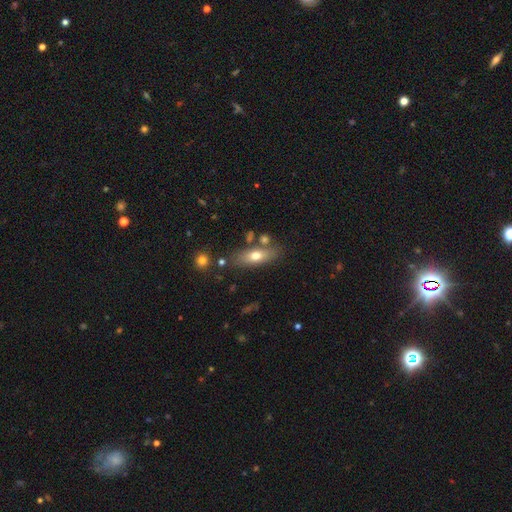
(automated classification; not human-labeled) A smooth galaxy with no disk features (64%) that is in between round and cigar-shaped (63%). Merging: none (74%).